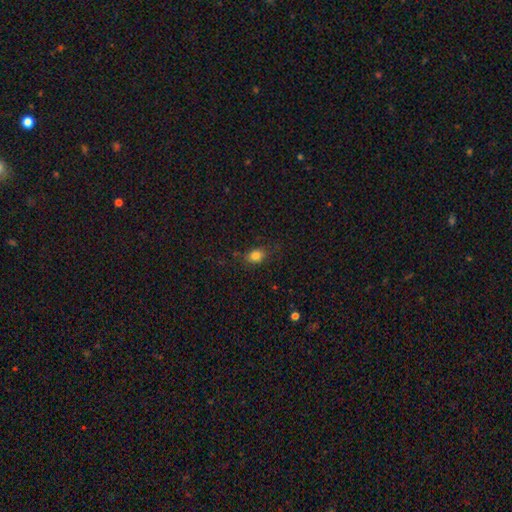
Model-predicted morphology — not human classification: Smooth or featured? smooth (81%)
How rounded? in between (58%)
Merging? none (74%)